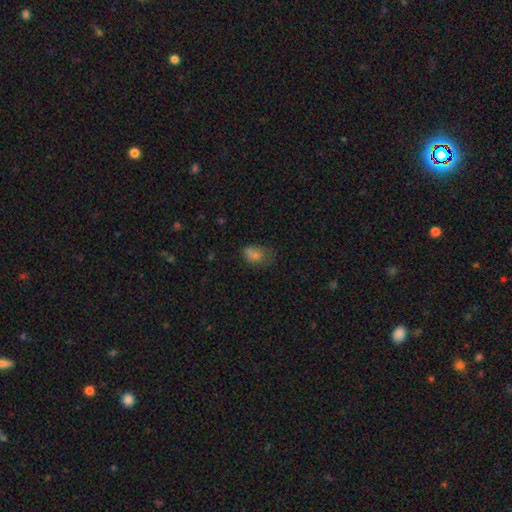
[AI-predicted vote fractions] Smooth or featured: smooth — 66% (star or artifact — 17%)
How rounded: in between — 67% (round — 31%)
Merging: none — 34% (merger — 30%)